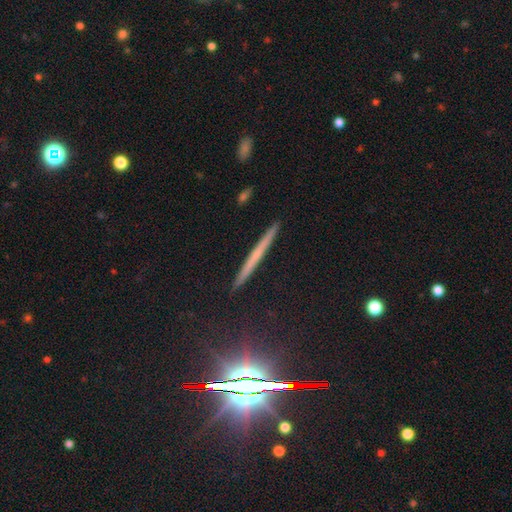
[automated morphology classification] This appears to be a featured or disk galaxy (50%). Merging: none (90%).